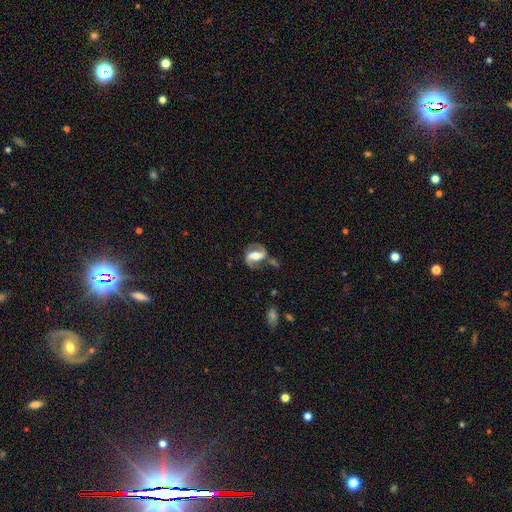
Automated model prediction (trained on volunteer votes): A featured or disk galaxy (77%) with a strong bar (47%), 2 (88%) medium (48%) spiral arms (89%) and a moderate central bulge (55%).

Vote fractions:
- Smooth or featured? featured or disk: 77% / smooth: 16% / star or artifact: 6%
- Edge-on disk? no: 96% / yes: 4%
- Bar? strong: 47% / weak: 33% / no: 20%
- Spiral arms? yes: 89% / no: 11%
- Spiral winding? medium: 48% / loose: 33% / tight: 19%
- Spiral arm count? 2: 88% / 1: 5% / can't tell: 4% / 3: 1% / 4: 1% / more than 4: 1%
- Bulge size? moderate: 55% / large: 22% / small: 17% / none: 3% / dominant: 3%
- Merging? none: 59% / minor disturbance: 19% / major disturbance: 13% / merger: 9%